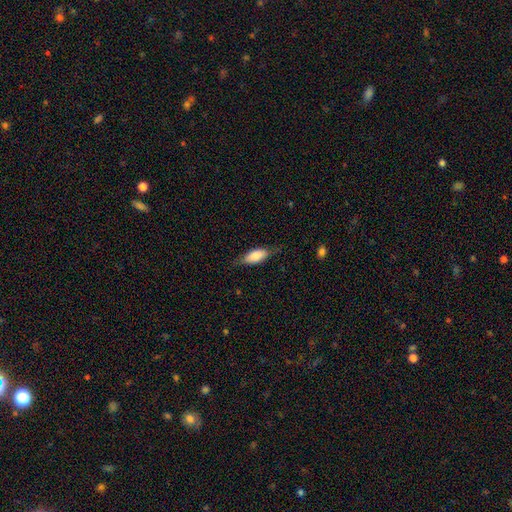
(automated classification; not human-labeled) Smooth or featured? Predicted: smooth (p=0.74). How rounded? Predicted: in between (p=0.78). Merging? Predicted: none (p=0.69).